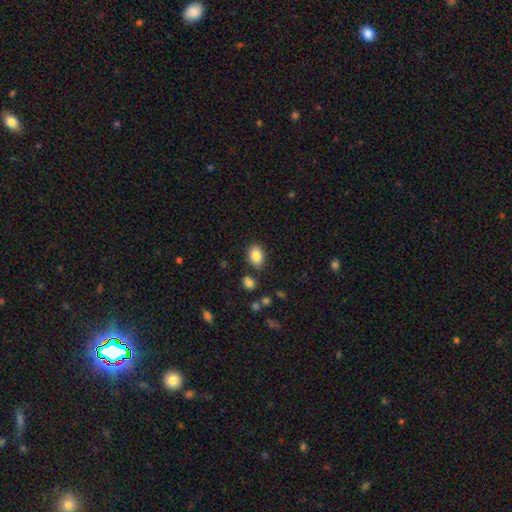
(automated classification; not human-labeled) Smooth or featured: smooth — 85% (star or artifact — 9%)
How rounded: in between — 75% (round — 24%)
Merging: none — 80% (minor disturbance — 12%)